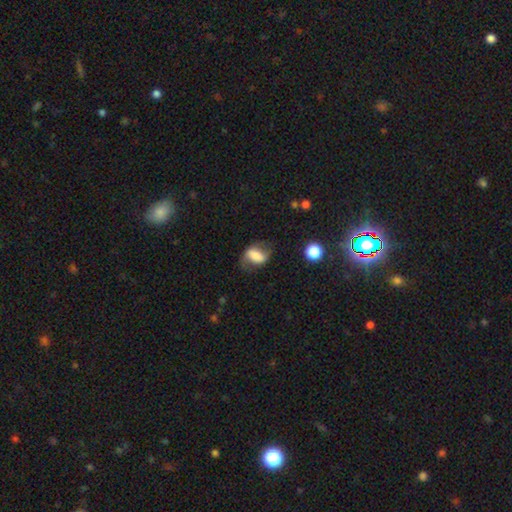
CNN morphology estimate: Q: Smooth or featured?
A: smooth (54%); runner-up: featured or disk (37%)
Q: How rounded?
A: in between (78%); runner-up: round (18%)
Q: Merging?
A: none (55%); runner-up: minor disturbance (25%)